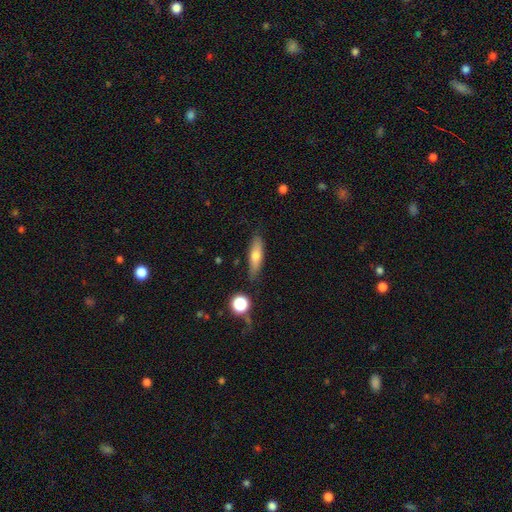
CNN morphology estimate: A smooth galaxy with no disk features (63%) that is cigar-shaped (61%).

Vote fractions:
- Smooth or featured? smooth: 63% / featured or disk: 29% / star or artifact: 8%
- How rounded? cigar-shaped: 61% / in between: 36% / round: 3%
- Merging? none: 81% / minor disturbance: 14% / major disturbance: 3% / merger: 3%